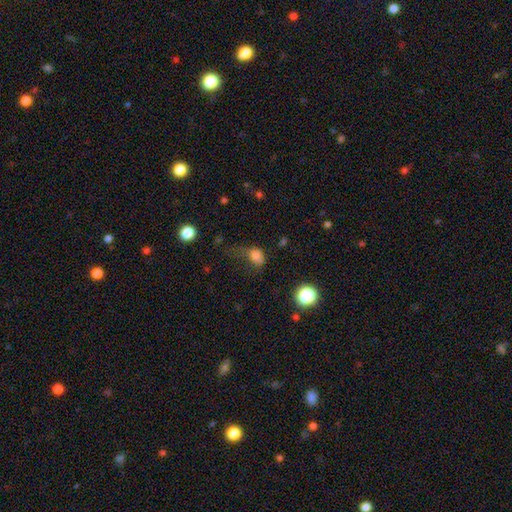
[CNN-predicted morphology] Smooth or featured: smooth — 79% (star or artifact — 13%)
How rounded: in between — 53% (round — 45%)
Merging: major disturbance — 39% (none — 29%)